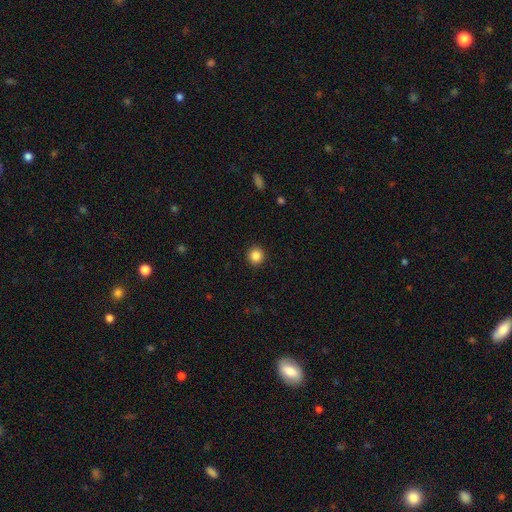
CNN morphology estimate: This is clearly a smooth galaxy (86%). How rounded: clearly round (94%). Merging: clearly none (93%).